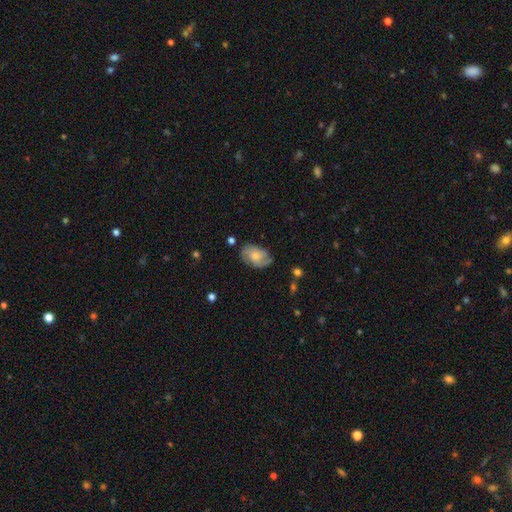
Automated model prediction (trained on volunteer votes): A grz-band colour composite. It shows a featured or disk galaxy (55%) with no bar (73%), spiral arms (85%) and a moderate central bulge (48%). Merging: none (71%).